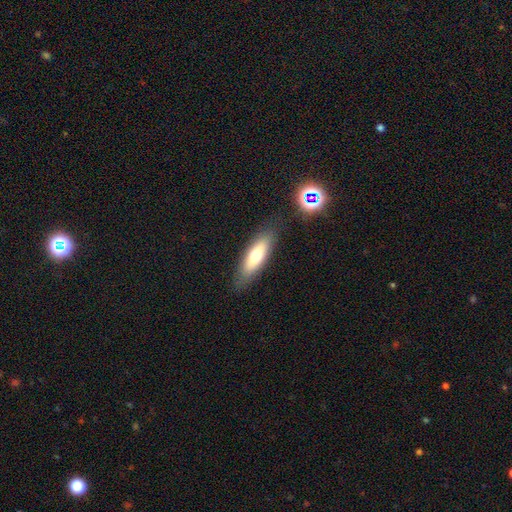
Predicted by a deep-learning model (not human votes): Overall: smooth (68%). How rounded: in between (51%; cigar-shaped 47%). Merging: none (82%).